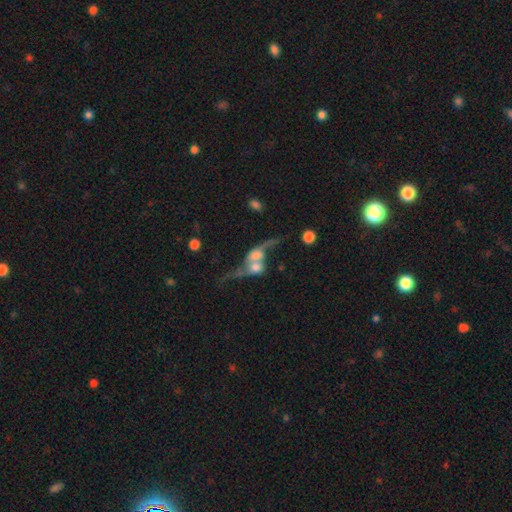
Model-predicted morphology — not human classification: A featured or disk galaxy (64%) with no bar (70%), spiral arms (65%) and a large central bulge (28%, tied with moderate). Merging: merger (71%).